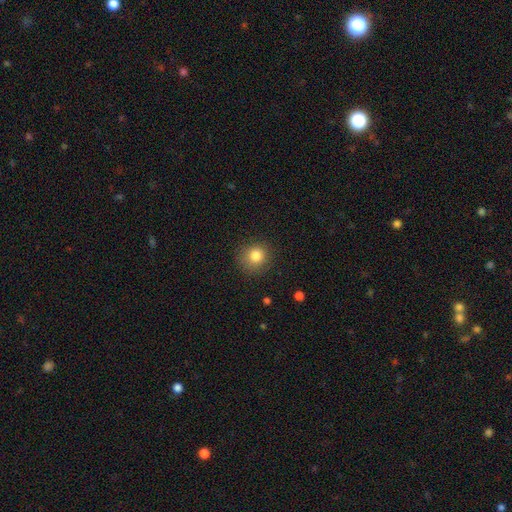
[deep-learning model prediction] Smooth or featured? smooth (83%)
How rounded? round (88%)
Merging? none (86%)